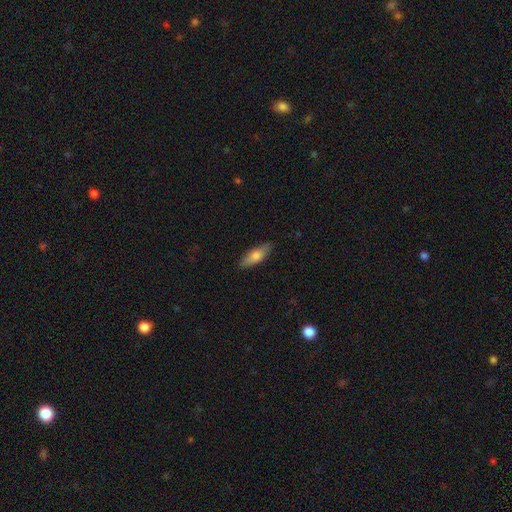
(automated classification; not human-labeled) This is likely a smooth galaxy (73%). How rounded: likely in between (62%). Merging: clearly none (87%).